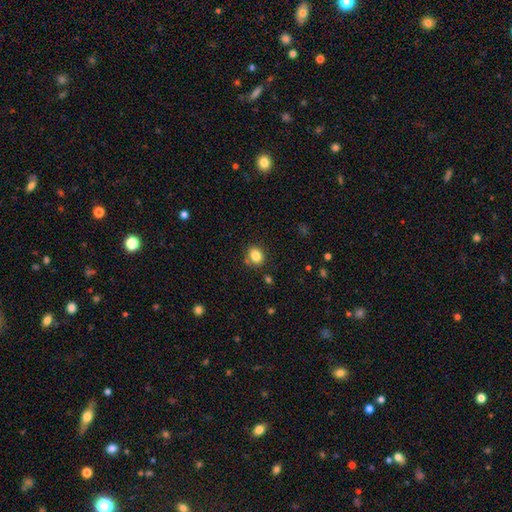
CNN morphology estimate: Smooth or featured?
  - smooth: 84% *
  - star or artifact: 10%
  - featured or disk: 5%
How rounded?
  - round: 59% *
  - in between: 40%
  - cigar-shaped: 1%
Merging?
  - none: 81% *
  - minor disturbance: 11%
  - merger: 6%
  - major disturbance: 3%